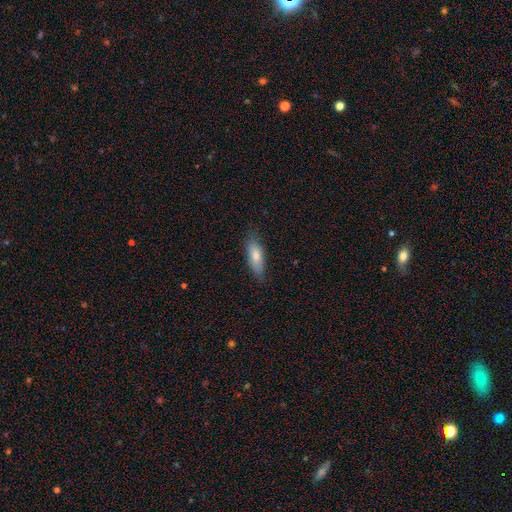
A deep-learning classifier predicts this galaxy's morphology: smooth 76%, featured or disk 17%, star or artifact 7%. Down the decision tree: how rounded — in between (67%); merging — none (81%).